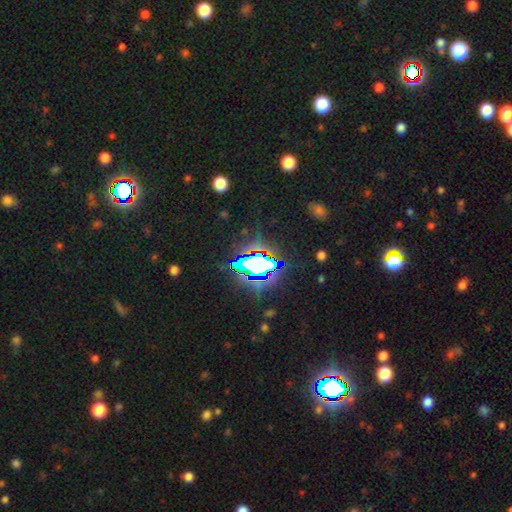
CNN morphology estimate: This is likely a star or artifact rather than a galaxy (76%).